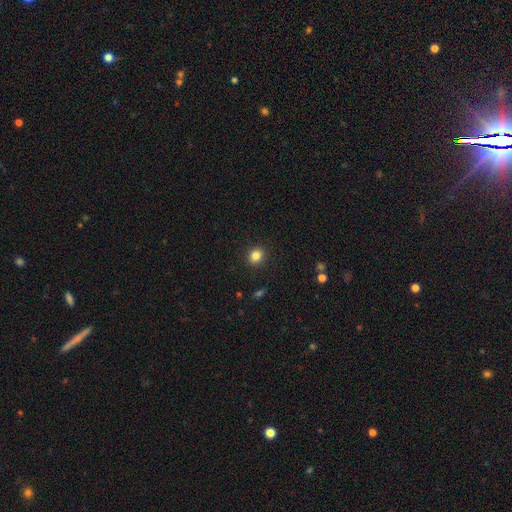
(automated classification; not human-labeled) A smooth galaxy with no disk features (84%) that is round (76%).

Vote fractions:
- Smooth or featured? smooth: 84% / star or artifact: 11% / featured or disk: 5%
- How rounded? round: 76% / in between: 23% / cigar-shaped: 1%
- Merging? none: 91% / minor disturbance: 6% / major disturbance: 2% / merger: 1%